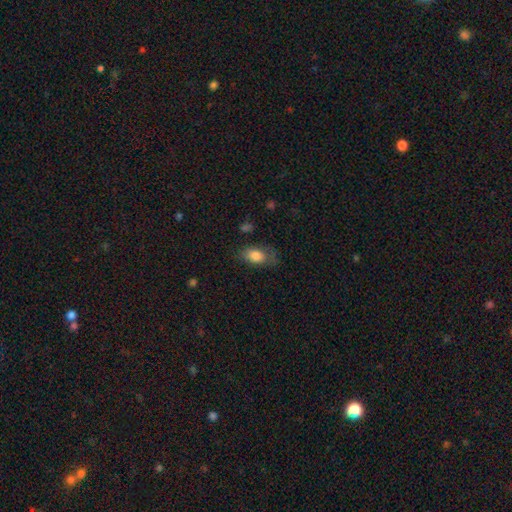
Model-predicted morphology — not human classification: Smooth or featured: smooth — 79% (featured or disk — 14%)
How rounded: in between — 88% (round — 8%)
Merging: none — 58% (minor disturbance — 26%)